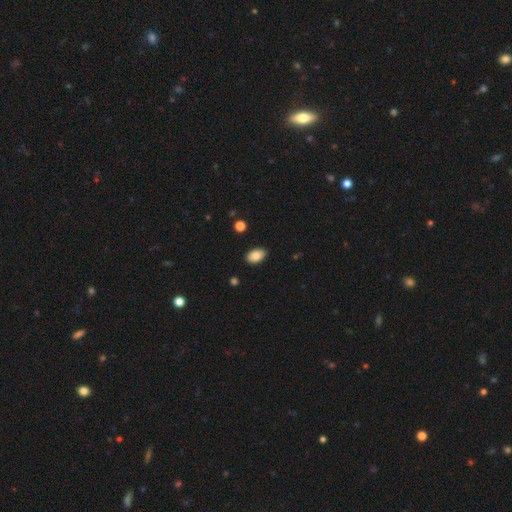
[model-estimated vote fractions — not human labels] A smooth galaxy with no disk features (87%) that is in between round and cigar-shaped (93%).

Vote fractions:
- Smooth or featured? smooth: 87% / star or artifact: 7% / featured or disk: 5%
- How rounded? in between: 93% / round: 6% / cigar-shaped: 1%
- Merging? none: 88% / minor disturbance: 9% / major disturbance: 2% / merger: 1%